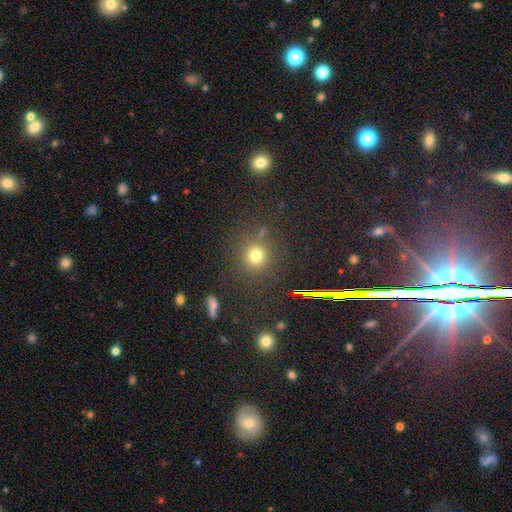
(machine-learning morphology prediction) type=smooth (70%); roundness=round (90%); merging=none (81%).